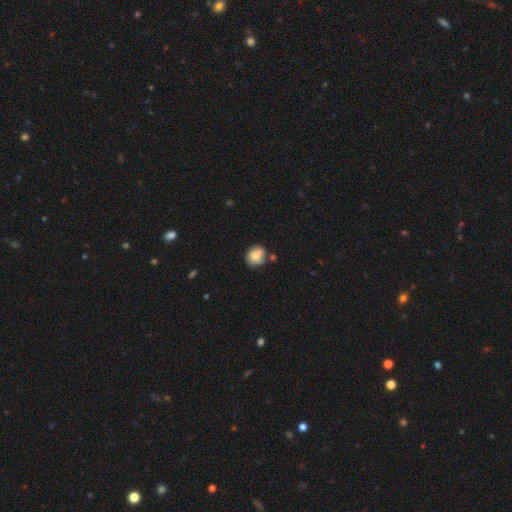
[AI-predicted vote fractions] Q: Smooth or featured?
A: smooth (78%); runner-up: featured or disk (14%)
Q: How rounded?
A: round (76%); runner-up: in between (23%)
Q: Merging?
A: none (62%); runner-up: minor disturbance (20%)